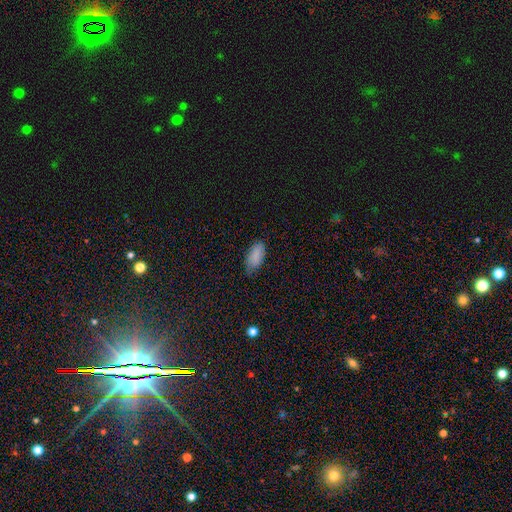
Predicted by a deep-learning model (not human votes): Smooth or featured? Predicted: smooth (p=0.86). How rounded? Predicted: in between (p=0.91). Merging? Predicted: none (p=0.65).